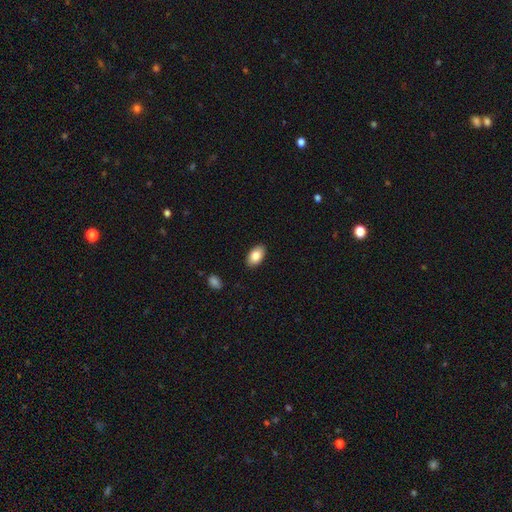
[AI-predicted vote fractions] Overall: smooth (86%). How rounded: in between (94%). Merging: none (89%).